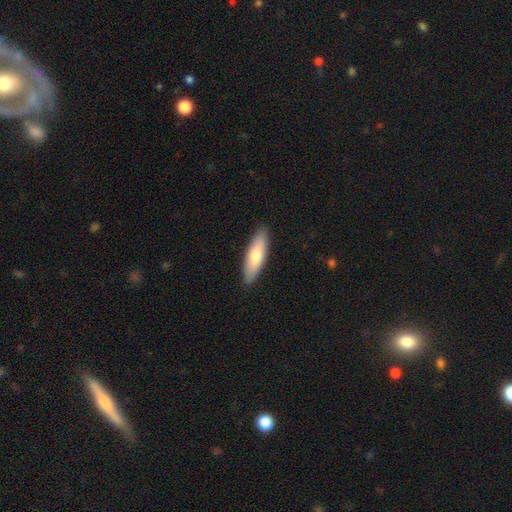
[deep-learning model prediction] smooth 71%, featured or disk 24%, star or artifact 5%. Down the decision tree: how rounded — cigar-shaped (54%); merging — none (89%).